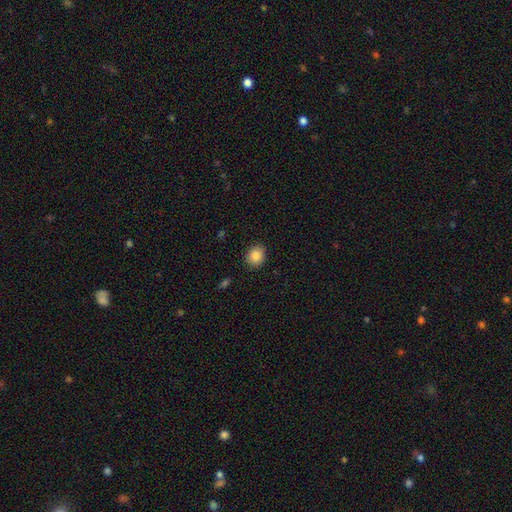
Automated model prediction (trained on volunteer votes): smooth 86%, star or artifact 9%, featured or disk 5%. Down the decision tree: how rounded — round (67%); merging — none (88%).